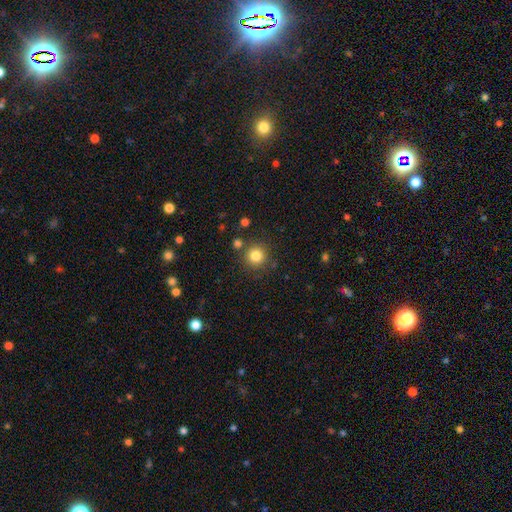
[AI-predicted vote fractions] A smooth galaxy with no disk features (83%) that is round (94%). Merging: none (84%).